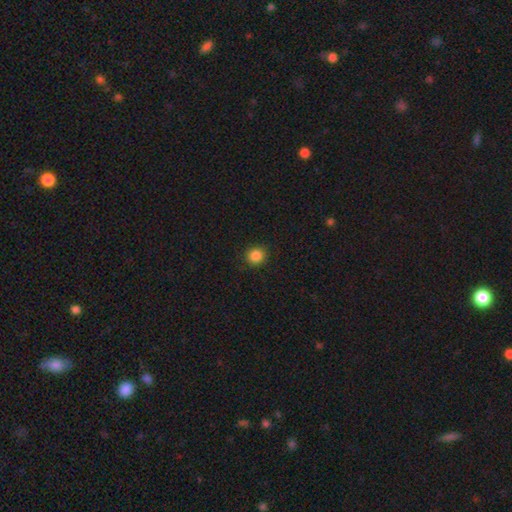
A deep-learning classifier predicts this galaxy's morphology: A smooth galaxy with no disk features (85%) that is round (91%). Merging: none (91%).